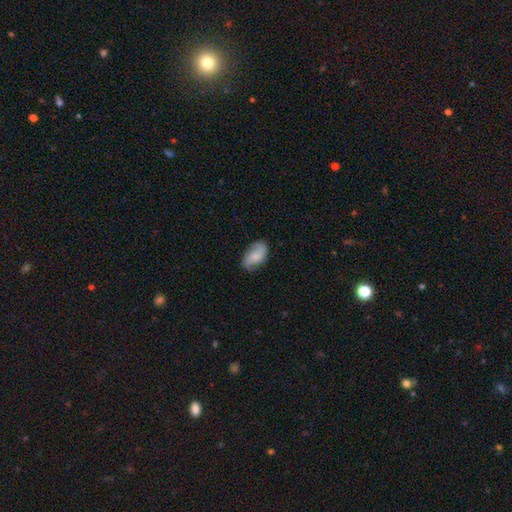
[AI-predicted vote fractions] smooth 54%, featured or disk 39%, star or artifact 7%. Down the decision tree: how rounded — in between (92%); merging — none (72%).